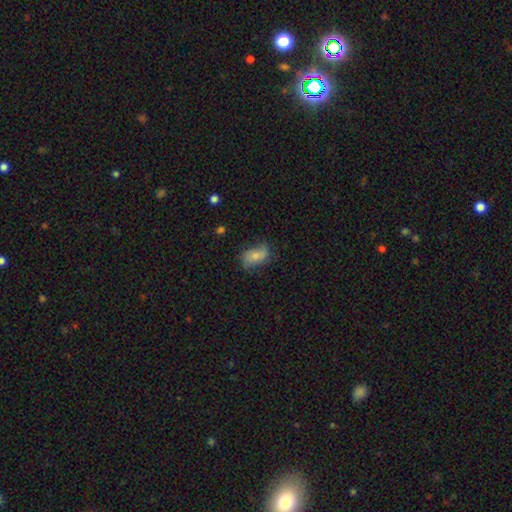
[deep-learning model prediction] Q: Smooth or featured?
A: smooth (61%); runner-up: featured or disk (31%)
Q: How rounded?
A: in between (90%); runner-up: round (7%)
Q: Merging?
A: none (57%); runner-up: minor disturbance (30%)